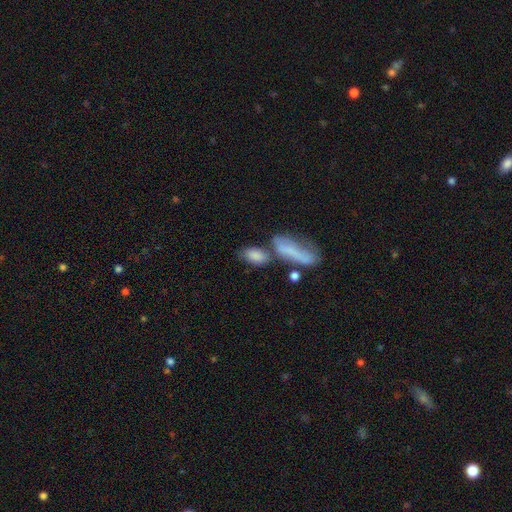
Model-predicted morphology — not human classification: A smooth galaxy with no disk features (81%) that is in between round and cigar-shaped (87%). Merging: none (41%).